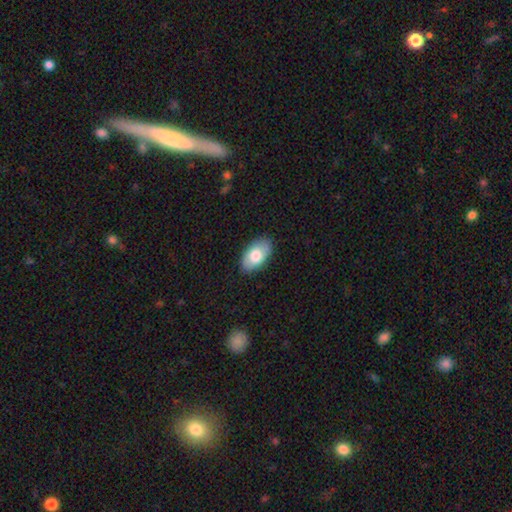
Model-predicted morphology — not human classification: Overall: smooth (76%). How rounded: in between (94%). Merging: none (86%).